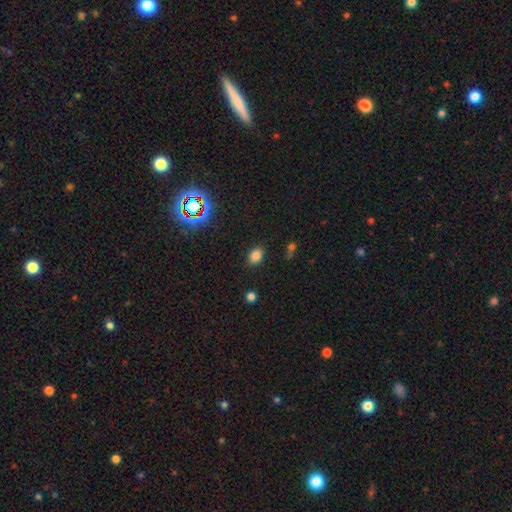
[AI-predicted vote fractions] Overall: smooth (79%). How rounded: in between (73%). Merging: none (86%).